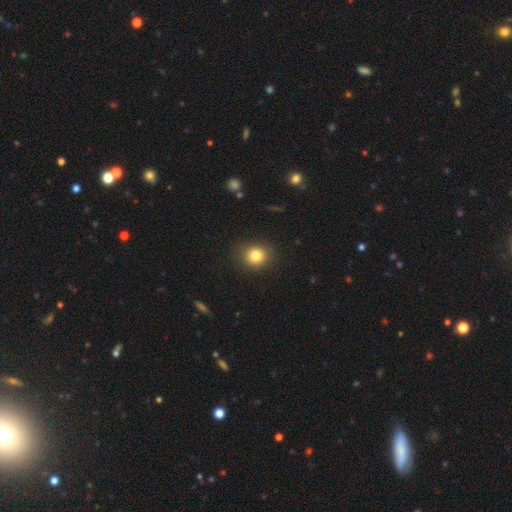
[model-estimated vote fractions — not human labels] The model was most divided on "how rounded": round: 83%, in between: 16%, cigar-shaped: 1%. More confident: merging — none (87%); smooth or featured — smooth (82%).